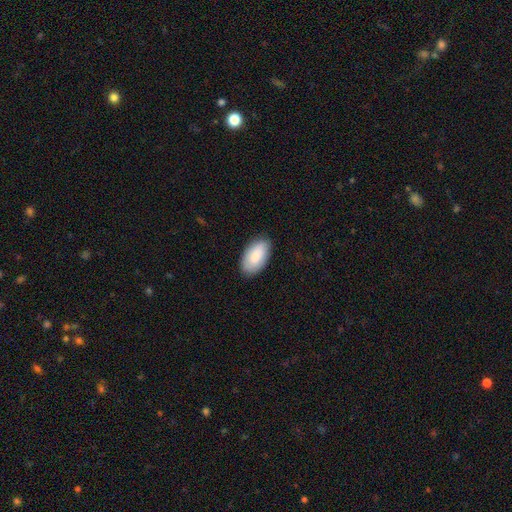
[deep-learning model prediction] Overall: smooth (85%). How rounded: in between (95%). Merging: none (85%).